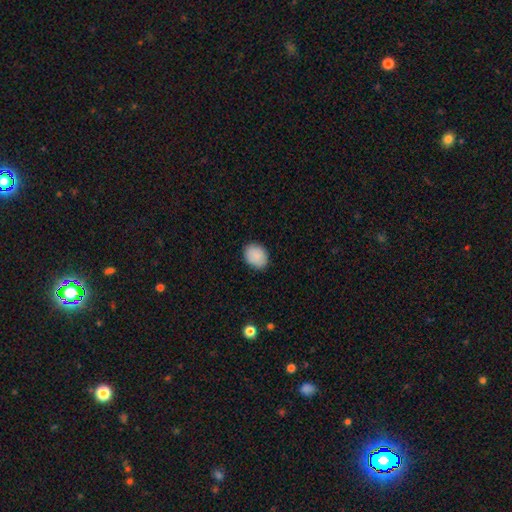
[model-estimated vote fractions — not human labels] Smooth or featured? Predicted: smooth (p=0.89). How rounded? Predicted: in between (p=0.53). Merging? Predicted: none (p=0.86).